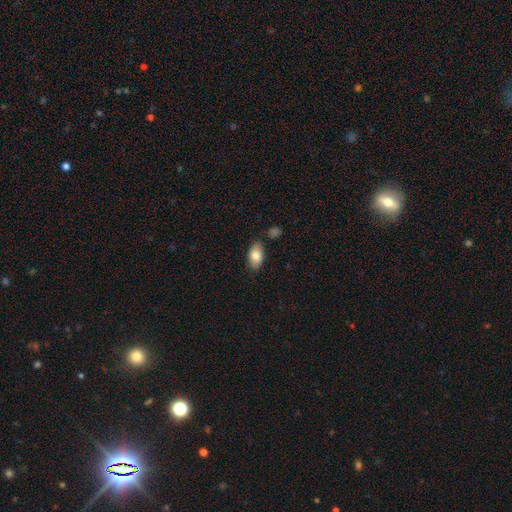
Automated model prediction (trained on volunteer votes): Overall: smooth (81%). How rounded: in between (93%). Merging: none (82%).